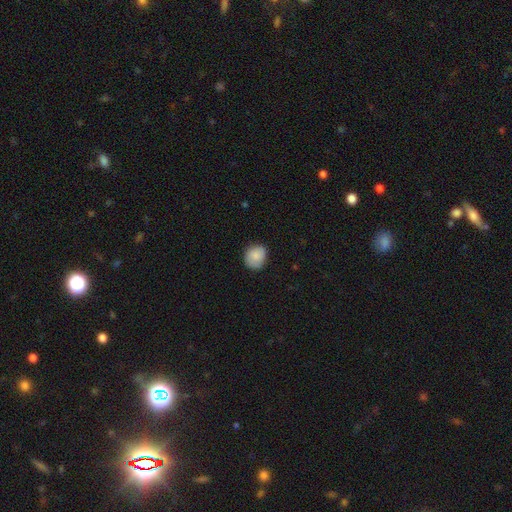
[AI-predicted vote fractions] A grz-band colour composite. It shows a smooth galaxy with no disk features (85%) that is round (75%). Merging: none (79%).